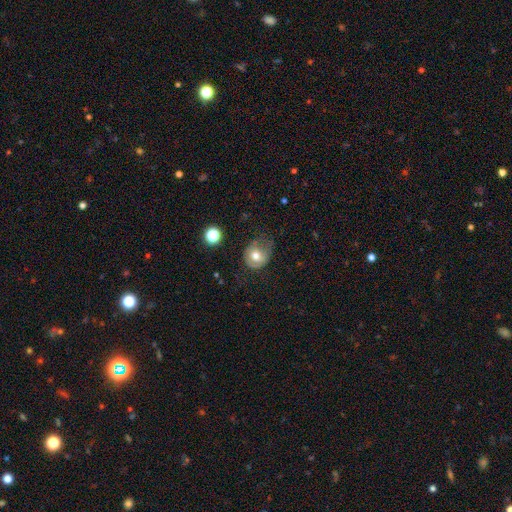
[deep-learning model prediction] This appears to be a smooth galaxy with no disk features (64%) that is round (68%). Merging: none (38%).